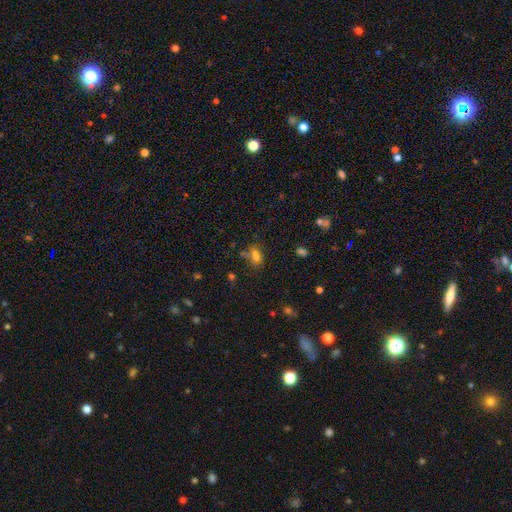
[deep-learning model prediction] Morphology: type=smooth (61%); roundness=in between (69%); merging=none (53%).